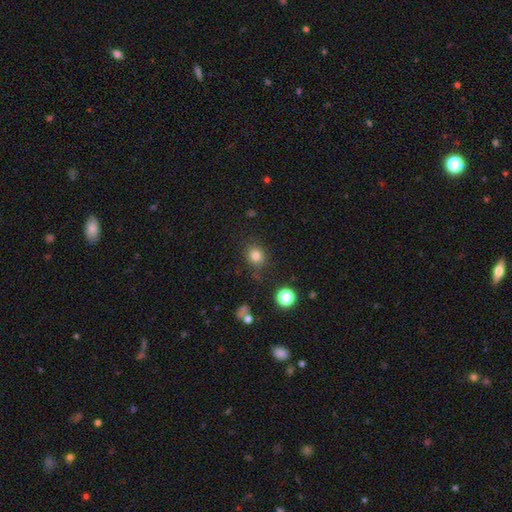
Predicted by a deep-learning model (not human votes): Morphology: type=smooth (80%); roundness=round (76%); merging=none (82%).